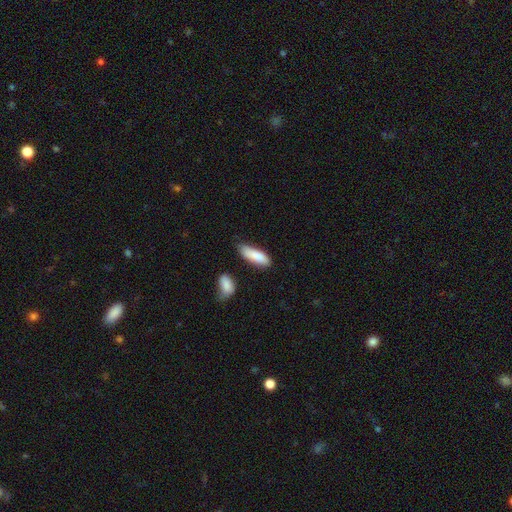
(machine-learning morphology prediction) A smooth galaxy with no disk features (86%) that is in between round and cigar-shaped (54%). Merging: none (63%).